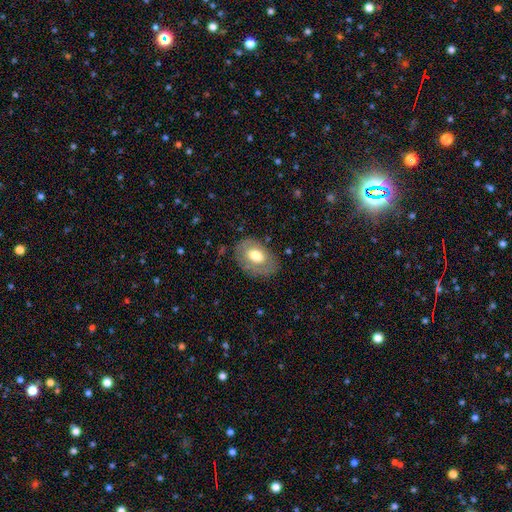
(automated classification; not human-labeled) The model was most divided on "smooth or featured": smooth: 58%, featured or disk: 35%, star or artifact: 6%. More confident: how rounded — in between (81%); merging — none (76%).